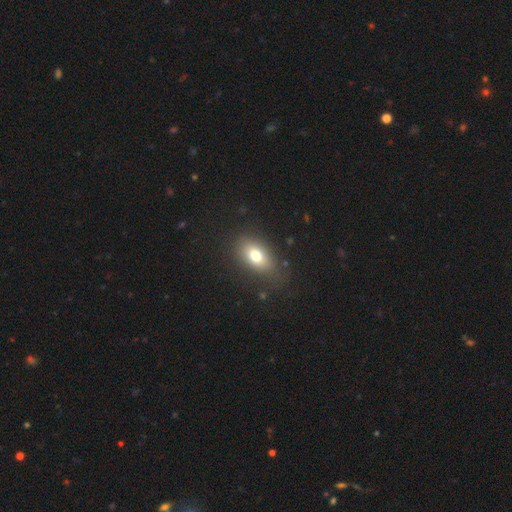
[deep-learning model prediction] Overall: smooth (75%). How rounded: in between (84%). Merging: none (78%).